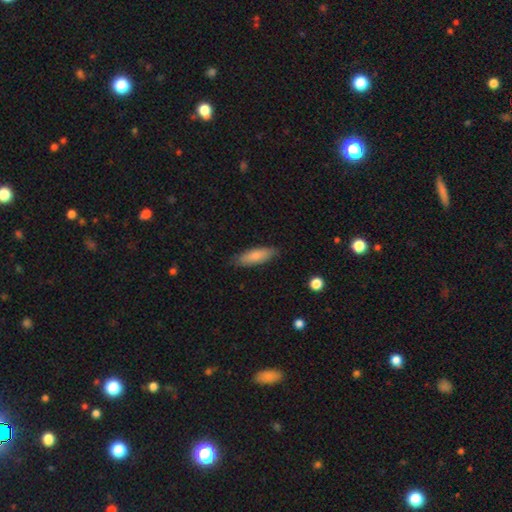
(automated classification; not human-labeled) smooth-or-featured: smooth: 82% | featured or disk: 12% | star or artifact: 6%
  how-rounded: in between: 51% | cigar-shaped: 47% | round: 2%
  merging: none: 82% | minor disturbance: 14% | major disturbance: 3% | merger: 1%